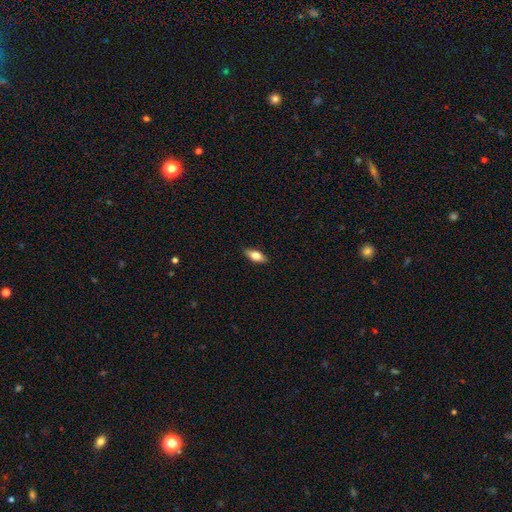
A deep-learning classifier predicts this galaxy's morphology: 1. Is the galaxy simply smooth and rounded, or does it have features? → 69% smooth, 24% featured or disk, 7% star or artifact.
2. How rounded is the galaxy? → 78% in between, 19% cigar-shaped, 3% round.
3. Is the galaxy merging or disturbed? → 88% none, 9% minor disturbance, 2% major disturbance, 1% merger.